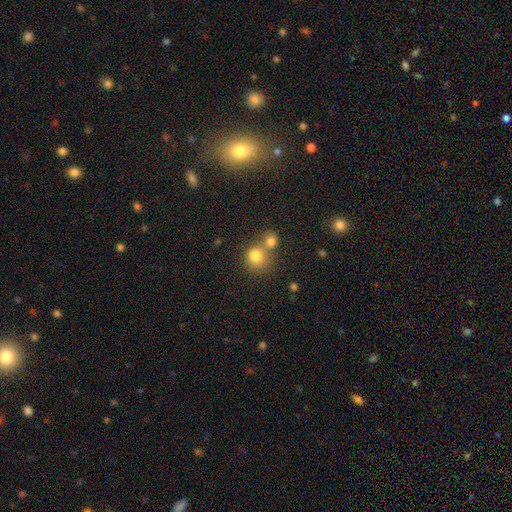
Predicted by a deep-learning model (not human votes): This appears to be a smooth galaxy with no disk features (79%) that is round (83%). Merging: merger (47%).